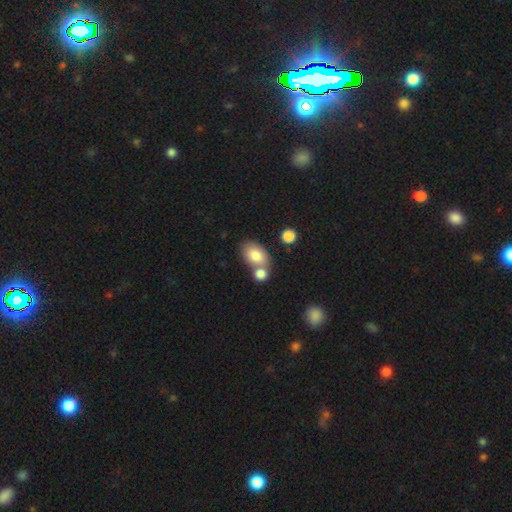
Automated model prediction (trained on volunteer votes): Smooth or featured?
  - smooth: 81% *
  - featured or disk: 12%
  - star or artifact: 8%
How rounded?
  - in between: 83% *
  - round: 15%
  - cigar-shaped: 1%
Merging?
  - none: 45% *
  - merger: 40%
  - minor disturbance: 11%
  - major disturbance: 4%